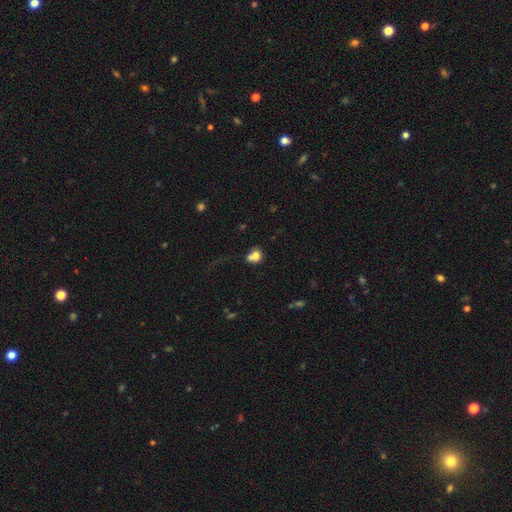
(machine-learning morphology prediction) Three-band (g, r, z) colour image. It shows a smooth galaxy with no disk features (70%) that is round (66%). Merging: merger (56%).